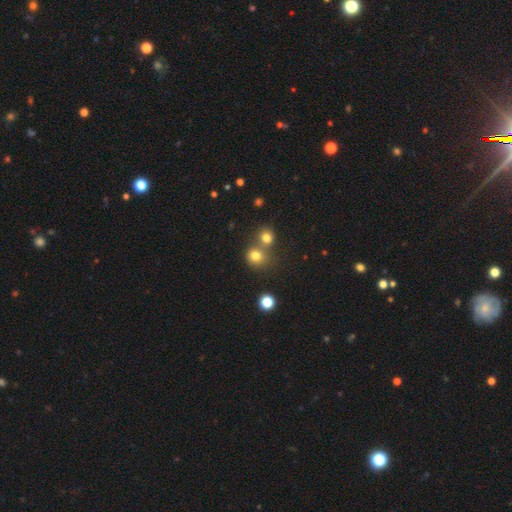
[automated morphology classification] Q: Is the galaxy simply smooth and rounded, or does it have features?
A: smooth — 78%.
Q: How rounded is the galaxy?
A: round — 83%.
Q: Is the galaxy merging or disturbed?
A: none — 51%.